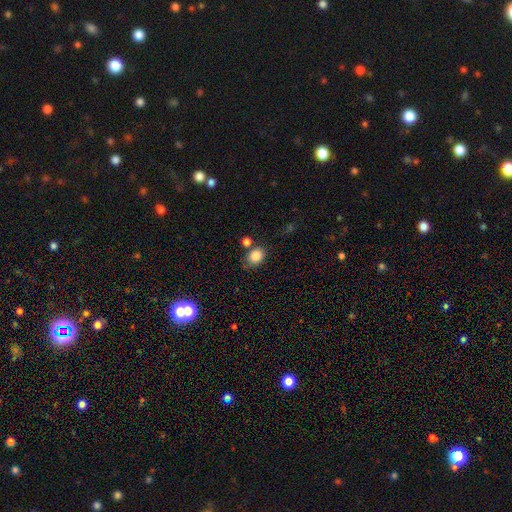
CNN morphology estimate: This appears to be a smooth galaxy with no disk features (84%) that is in between round and cigar-shaped (53%). Merging: none (65%).